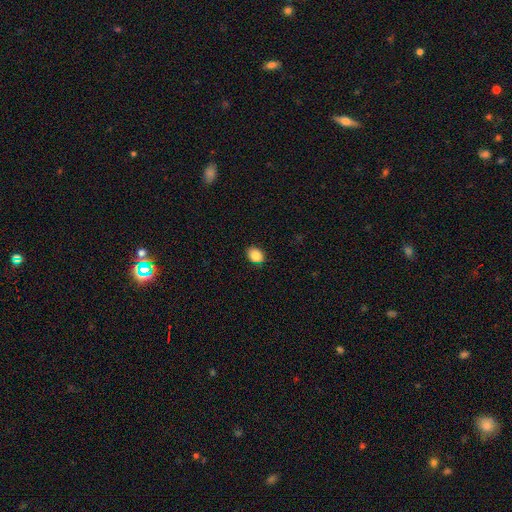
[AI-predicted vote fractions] A smooth galaxy with no disk features (87%) that is in between round and cigar-shaped (59%).

Vote fractions:
- Smooth or featured? smooth: 87% / star or artifact: 9% / featured or disk: 5%
- How rounded? in between: 59% / round: 40% / cigar-shaped: 1%
- Merging? none: 85% / minor disturbance: 12% / major disturbance: 2% / merger: 1%